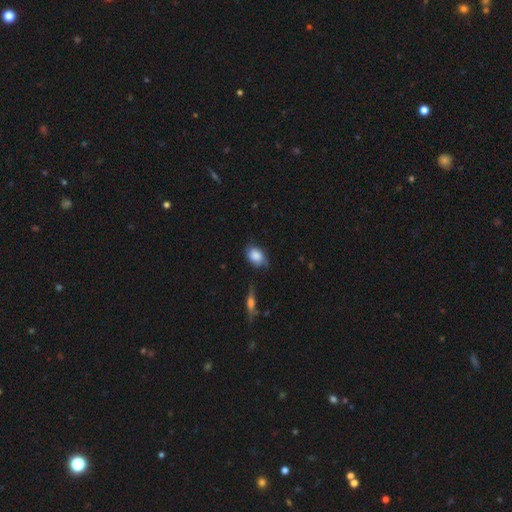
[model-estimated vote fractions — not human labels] Smooth or featured? smooth (76%)
How rounded? in between (77%)
Merging? none (53%)